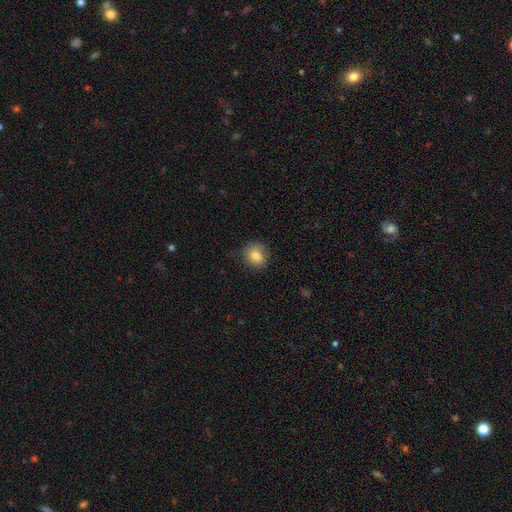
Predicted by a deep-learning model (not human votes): Overall: smooth (82%). How rounded: round (73%). Merging: none (81%).